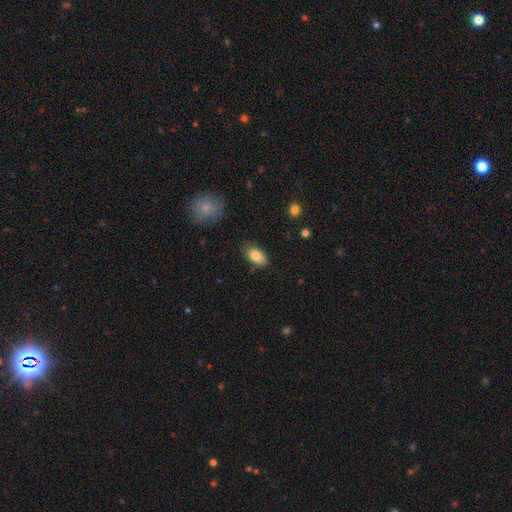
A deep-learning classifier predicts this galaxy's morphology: This appears to be a smooth galaxy with no disk features (83%) that is in between round and cigar-shaped (92%). Merging: none (81%).